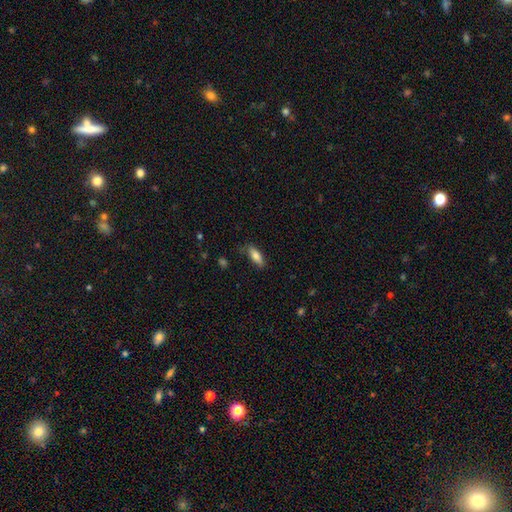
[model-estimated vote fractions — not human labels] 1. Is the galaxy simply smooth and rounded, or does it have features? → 79% smooth, 15% featured or disk, 7% star or artifact.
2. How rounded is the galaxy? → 62% in between, 36% cigar-shaped, 2% round.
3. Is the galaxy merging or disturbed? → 82% none, 14% minor disturbance, 3% major disturbance, 2% merger.